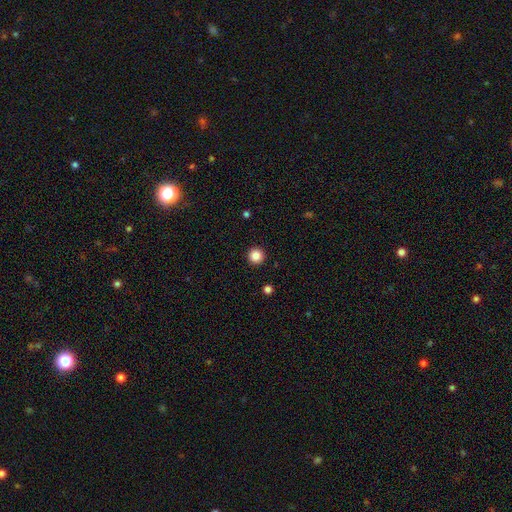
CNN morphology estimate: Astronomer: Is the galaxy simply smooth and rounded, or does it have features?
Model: smooth — 85%.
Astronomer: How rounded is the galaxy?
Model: round — 96%.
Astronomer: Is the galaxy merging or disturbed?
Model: none — 94%.